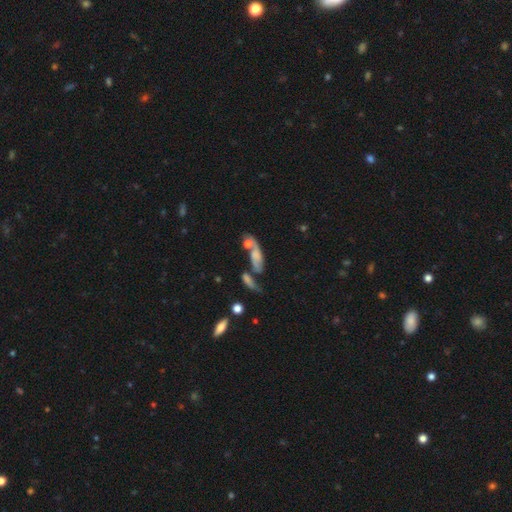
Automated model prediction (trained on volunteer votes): The model was most divided on "smooth or featured": smooth: 46%, featured or disk: 43%, star or artifact: 11%. Remaining: merging — none (38%).